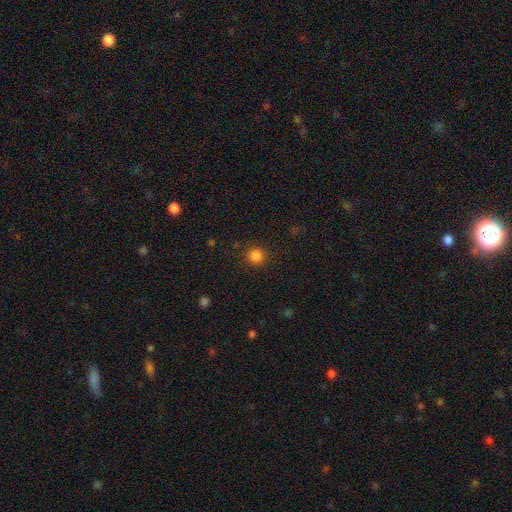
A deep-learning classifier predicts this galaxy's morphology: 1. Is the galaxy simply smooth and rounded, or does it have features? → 84% smooth, 12% star or artifact, 3% featured or disk.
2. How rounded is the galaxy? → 93% round, 6% in between, 1% cigar-shaped.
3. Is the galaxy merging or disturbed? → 90% none, 6% minor disturbance, 3% major disturbance, 1% merger.